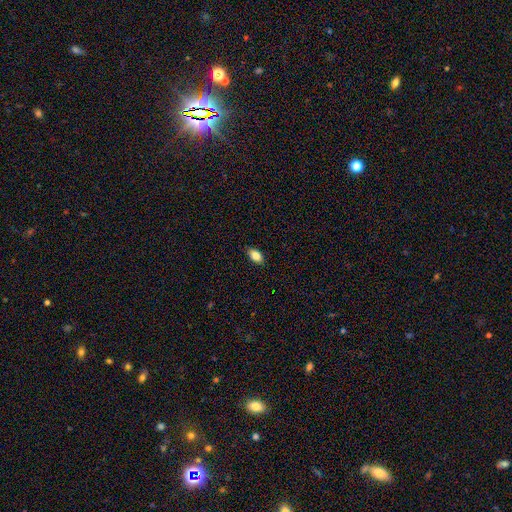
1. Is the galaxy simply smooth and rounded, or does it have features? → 88% smooth, 8% featured or disk, 5% star or artifact.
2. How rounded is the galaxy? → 91% in between, 9% round, 0% cigar-shaped.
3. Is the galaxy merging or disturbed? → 87% none, 13% minor disturbance, 0% major disturbance, 0% merger.